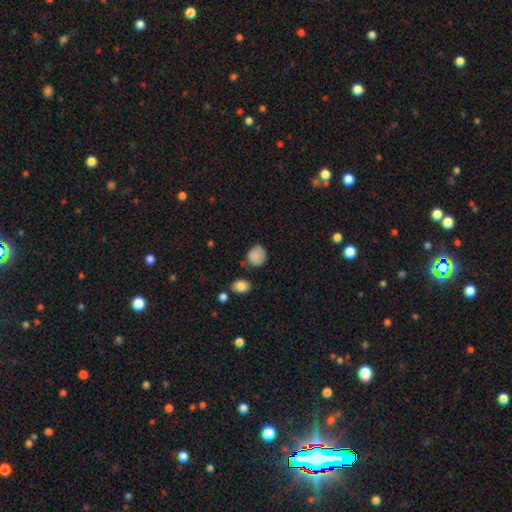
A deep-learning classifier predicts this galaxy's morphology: Overall: smooth (83%). How rounded: round (75%). Merging: none (64%; minor disturbance 25%).